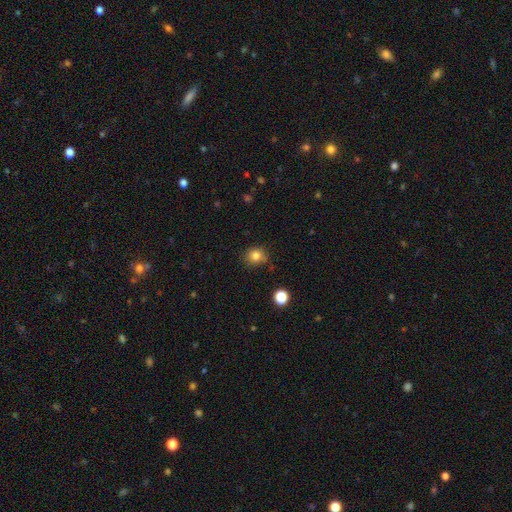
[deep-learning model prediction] Smooth or featured?
  - smooth: 81% *
  - star or artifact: 12%
  - featured or disk: 6%
How rounded?
  - round: 77% *
  - in between: 22%
  - cigar-shaped: 1%
Merging?
  - none: 76% *
  - minor disturbance: 17%
  - merger: 4%
  - major disturbance: 4%